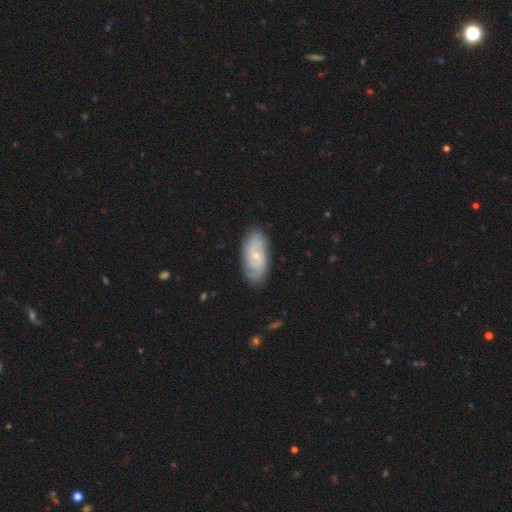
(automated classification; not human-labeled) This is likely a featured or disk galaxy (70%). It is clearly not viewed edge-on (94%). Bar: possibly no (58%). Spiral arm pattern: clearly yes (93%). Spiral arm count: possibly 2 (45%). Spiral winding: possibly tight (48%). Central bulge: likely small (71%). Merging: clearly none (81%).